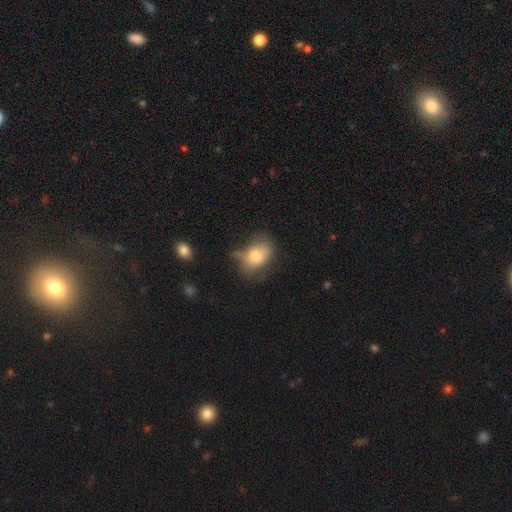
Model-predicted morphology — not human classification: smooth-or-featured: smooth: 77% | featured or disk: 15% | star or artifact: 8%
  how-rounded: in between: 78% | round: 20% | cigar-shaped: 1%
  merging: none: 49% | minor disturbance: 33% | major disturbance: 14% | merger: 5%